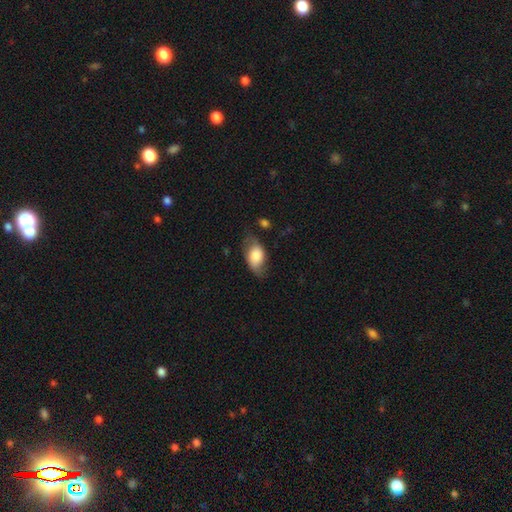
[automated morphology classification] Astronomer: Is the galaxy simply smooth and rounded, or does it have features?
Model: smooth — 70%.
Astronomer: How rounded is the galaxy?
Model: in between — 90%.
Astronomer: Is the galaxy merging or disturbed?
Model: none — 56%.